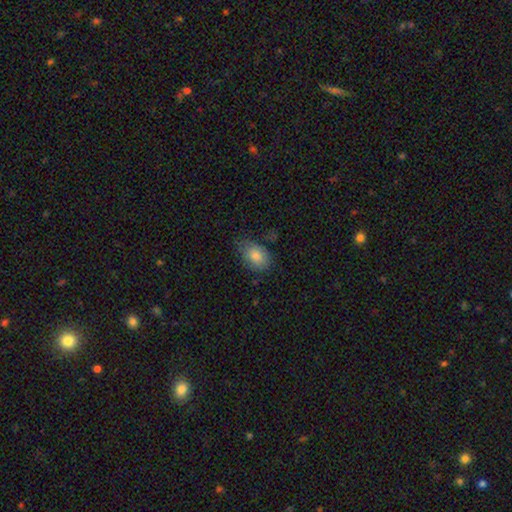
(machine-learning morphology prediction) A smooth galaxy with no disk features (82%) that is in between round and cigar-shaped (81%).

Vote fractions:
- Smooth or featured? smooth: 82% / featured or disk: 10% / star or artifact: 8%
- How rounded? in between: 81% / round: 18% / cigar-shaped: 1%
- Merging? none: 64% / minor disturbance: 28% / major disturbance: 6% / merger: 2%